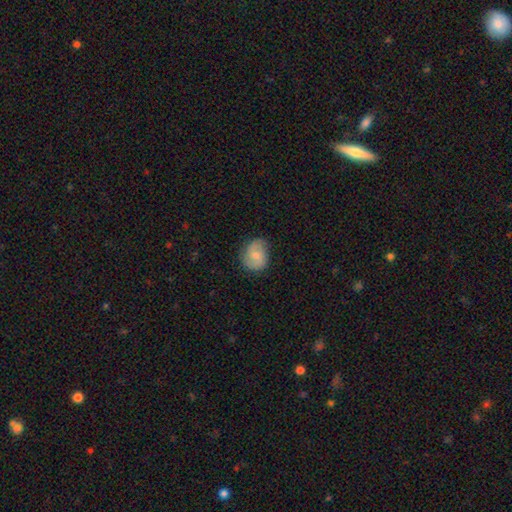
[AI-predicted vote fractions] smooth 54%, featured or disk 39%, star or artifact 7%. Down the decision tree: how rounded — round (61%); merging — none (70%).